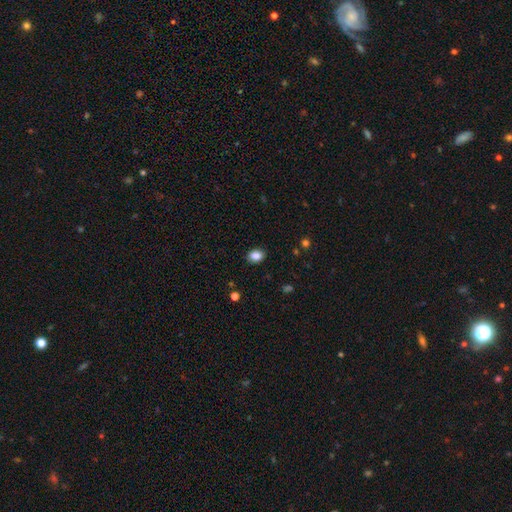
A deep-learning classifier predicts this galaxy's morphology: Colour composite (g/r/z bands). It shows a smooth galaxy with no disk features (85%) that is in between round and cigar-shaped (60%). Merging: none (89%).